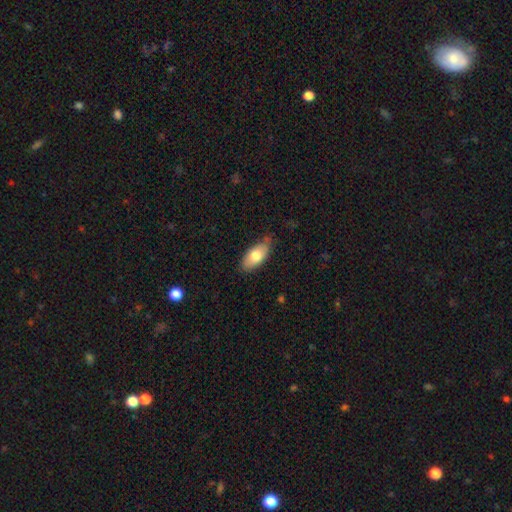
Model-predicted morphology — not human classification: Smooth or featured: smooth — 74% (featured or disk — 20%)
How rounded: in between — 89% (cigar-shaped — 9%)
Merging: none — 76% (minor disturbance — 19%)